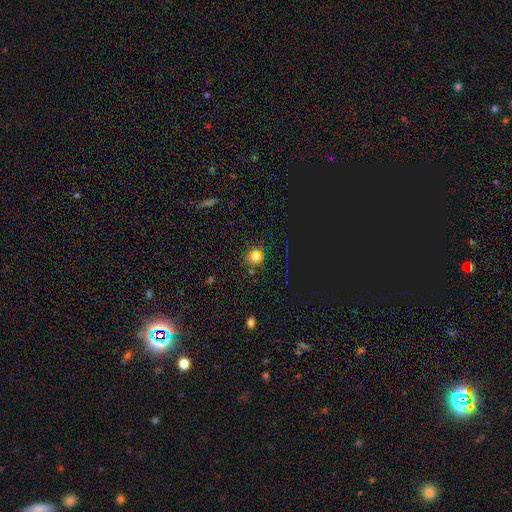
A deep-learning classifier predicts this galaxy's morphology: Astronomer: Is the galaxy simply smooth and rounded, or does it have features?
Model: smooth — 73%.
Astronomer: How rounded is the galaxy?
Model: round — 82%.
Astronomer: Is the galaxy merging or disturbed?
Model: none — 81%.